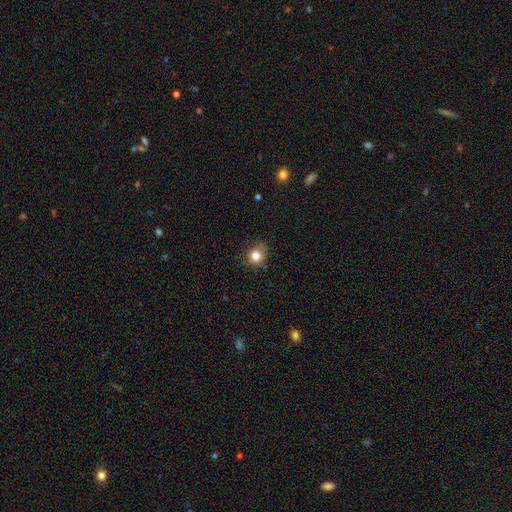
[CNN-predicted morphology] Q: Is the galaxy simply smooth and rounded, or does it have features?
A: smooth — 81%.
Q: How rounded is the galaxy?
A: round — 82%.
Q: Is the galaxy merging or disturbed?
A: none — 75%.